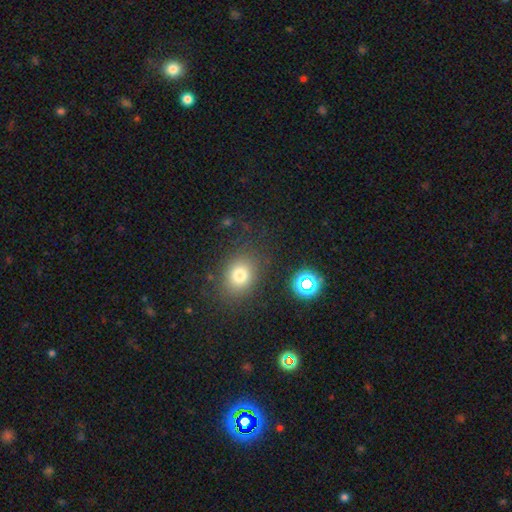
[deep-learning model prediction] This is likely a smooth galaxy (68%). How rounded: possibly round (58%). Merging: clearly none (85%).